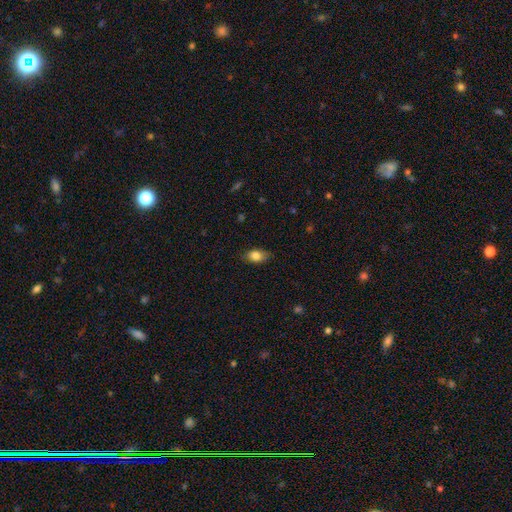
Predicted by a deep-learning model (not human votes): The model was most divided on "merging": none: 81%, minor disturbance: 15%, major disturbance: 3%, merger: 1%. More confident: how rounded — in between (86%); smooth or featured — smooth (83%).